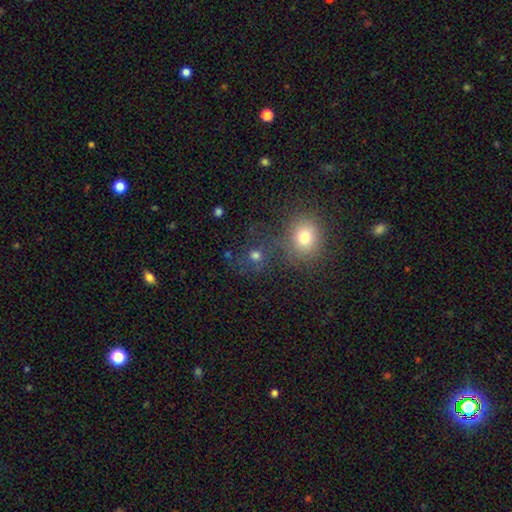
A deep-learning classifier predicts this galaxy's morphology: Smooth or featured?
  - smooth: 61% *
  - star or artifact: 26%
  - featured or disk: 13%
How rounded?
  - round: 84% *
  - in between: 15%
  - cigar-shaped: 1%
Merging?
  - none: 62% *
  - merger: 20%
  - minor disturbance: 10%
  - major disturbance: 7%